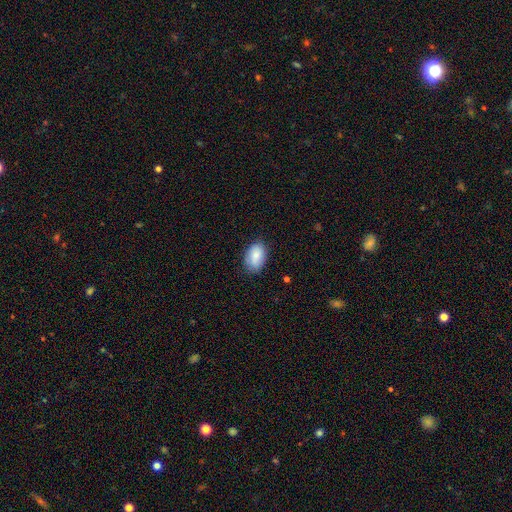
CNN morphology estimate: smooth_or_featured: smooth (p=0.82) [alt: featured or disk p=0.12]
how_rounded: in between (p=0.89) [alt: round p=0.10]
merging: none (p=0.78) [alt: minor disturbance p=0.18]